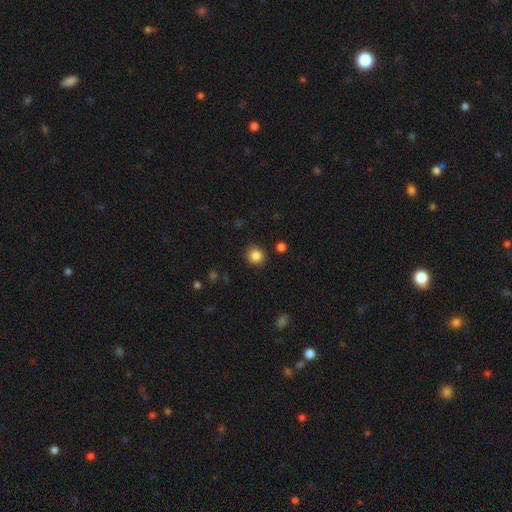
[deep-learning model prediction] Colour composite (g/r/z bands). It shows a smooth galaxy with no disk features (85%) that is round (89%). Merging: none (89%).